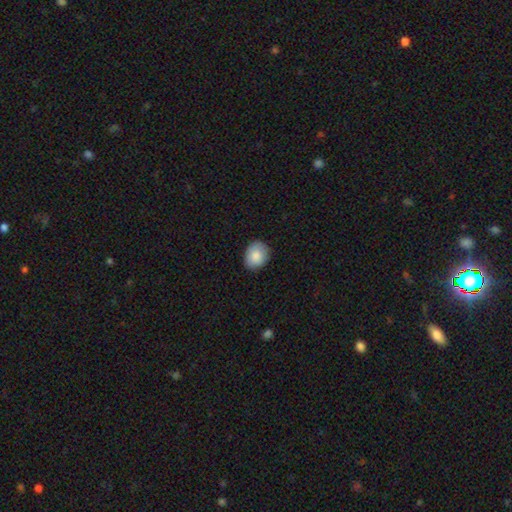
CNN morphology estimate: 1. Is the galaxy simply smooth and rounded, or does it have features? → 86% smooth, 7% featured or disk, 7% star or artifact.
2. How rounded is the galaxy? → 55% in between, 45% round, 1% cigar-shaped.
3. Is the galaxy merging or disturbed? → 83% none, 13% minor disturbance, 2% major disturbance, 1% merger.